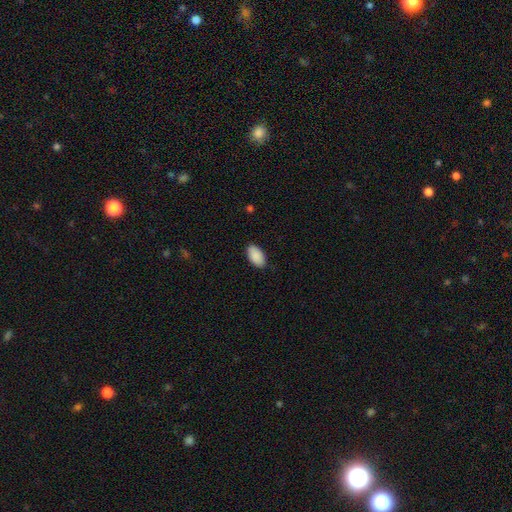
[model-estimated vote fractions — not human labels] smooth 91%, star or artifact 6%, featured or disk 3%. Down the decision tree: how rounded — in between (95%); merging — none (86%).